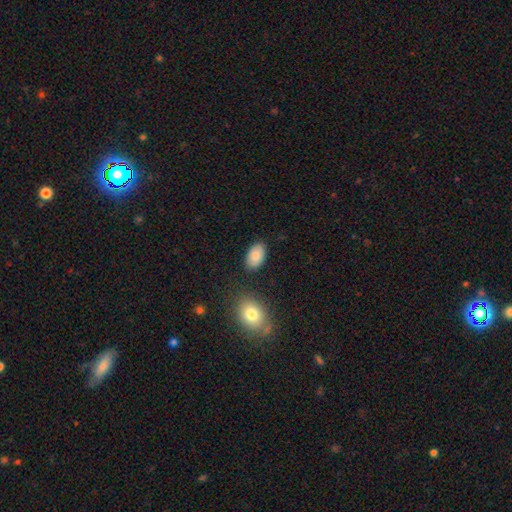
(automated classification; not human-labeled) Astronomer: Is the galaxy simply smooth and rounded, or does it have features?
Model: smooth — 86%.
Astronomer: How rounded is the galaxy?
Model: in between — 92%.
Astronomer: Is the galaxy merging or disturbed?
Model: none — 84%.